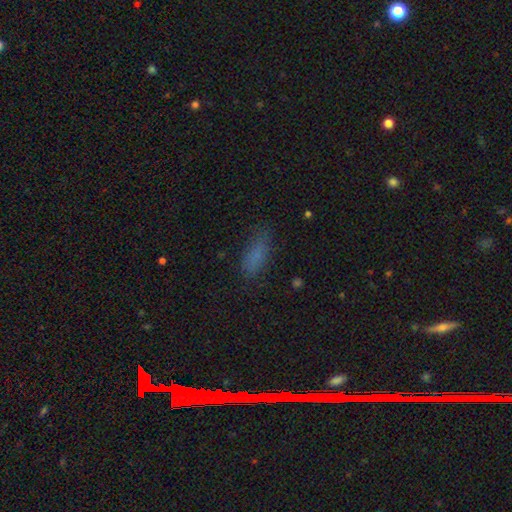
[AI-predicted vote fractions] Smooth or featured: smooth — 78% (star or artifact — 13%)
How rounded: in between — 71% (cigar-shaped — 26%)
Merging: none — 69% (minor disturbance — 21%)